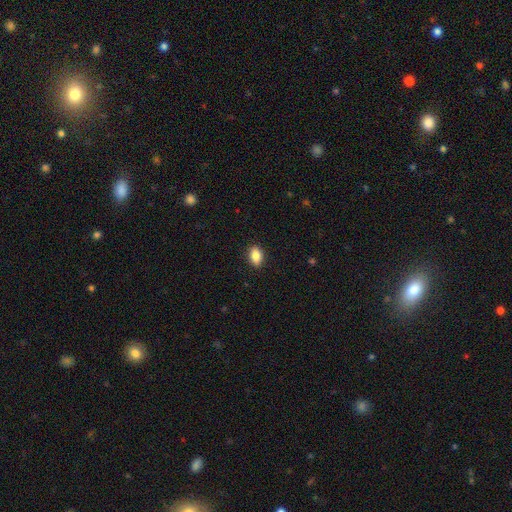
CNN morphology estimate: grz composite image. It shows a smooth galaxy with no disk features (87%) that is in between round and cigar-shaped (85%). Merging: none (90%).